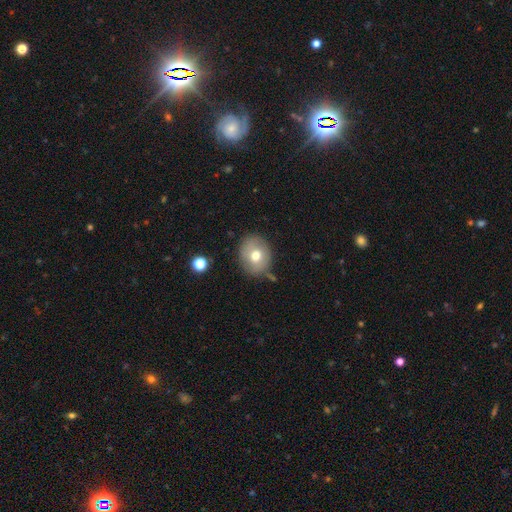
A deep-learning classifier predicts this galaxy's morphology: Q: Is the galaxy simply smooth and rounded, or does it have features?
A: smooth — 70%.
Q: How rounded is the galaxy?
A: round — 60%.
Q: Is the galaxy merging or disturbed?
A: none — 77%.